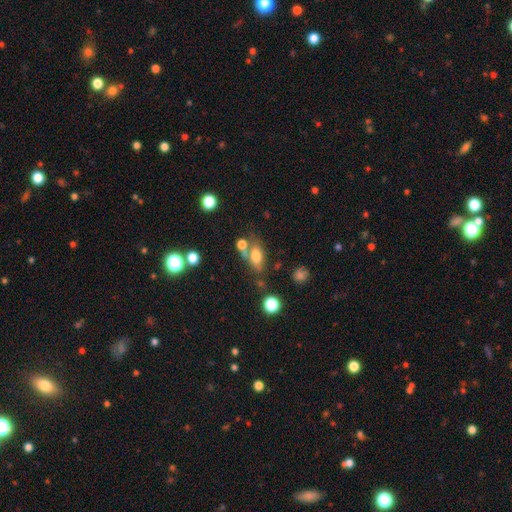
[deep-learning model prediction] Smooth or featured: smooth — 71% (featured or disk — 17%)
How rounded: in between — 81% (round — 10%)
Merging: none — 48% (merger — 28%)